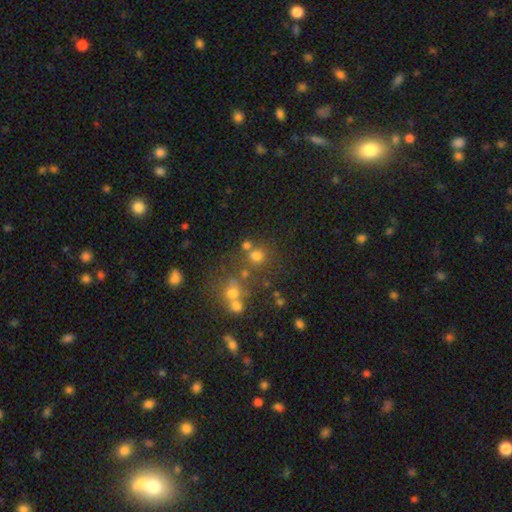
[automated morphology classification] type=smooth (69%); roundness=round (86%); merging=none (64%).